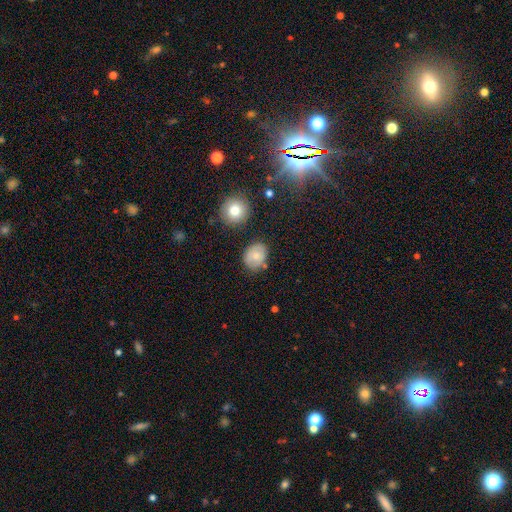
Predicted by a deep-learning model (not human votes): Q: Smooth or featured?
A: smooth (74%); runner-up: featured or disk (18%)
Q: How rounded?
A: round (54%); runner-up: in between (45%)
Q: Merging?
A: none (74%); runner-up: minor disturbance (18%)